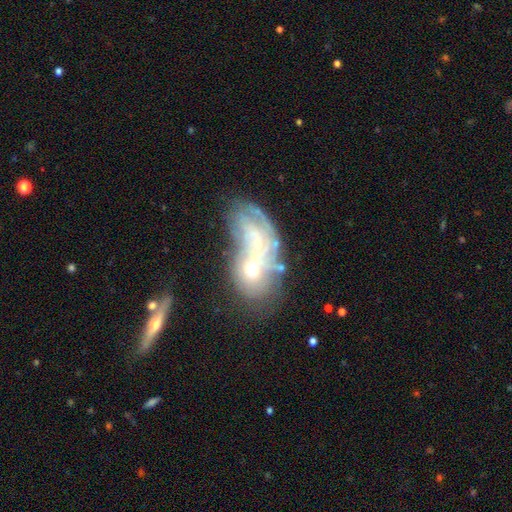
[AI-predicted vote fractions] smooth-or-featured: featured or disk: 63% | smooth: 24% | star or artifact: 13%
  disk-edge-on: no: 90% | yes: 10%
    bar: no: 79% | weak: 16% | strong: 5%
    has-spiral-arms: yes: 60% | no: 40%
    bulge-size: small: 59% | moderate: 30% | none: 6% | large: 3% | dominant: 2%
  merging: merger: 37% | none: 33% | minor disturbance: 15% | major disturbance: 15%